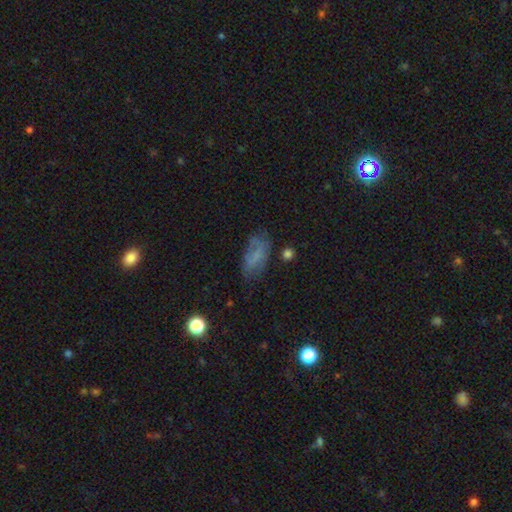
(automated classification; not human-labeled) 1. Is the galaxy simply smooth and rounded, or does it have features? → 53% smooth, 33% featured or disk, 14% star or artifact.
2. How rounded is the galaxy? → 88% in between, 7% cigar-shaped, 5% round.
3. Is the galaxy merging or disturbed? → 55% none, 26% minor disturbance, 15% major disturbance, 3% merger.